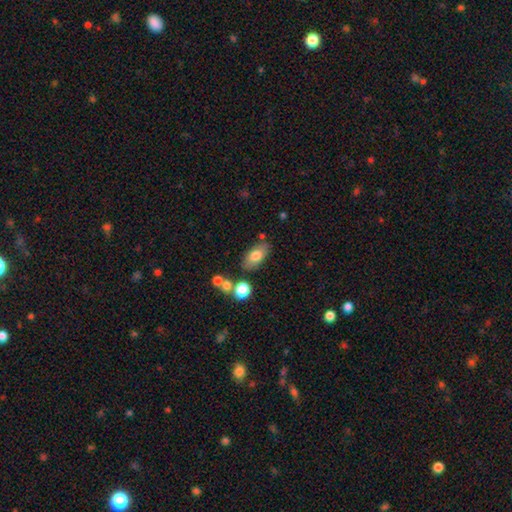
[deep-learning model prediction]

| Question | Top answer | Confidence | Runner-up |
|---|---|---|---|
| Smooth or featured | smooth | 76% | featured or disk (16%) |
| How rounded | in between | 90% | round (5%) |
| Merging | none | 75% | minor disturbance (14%) |